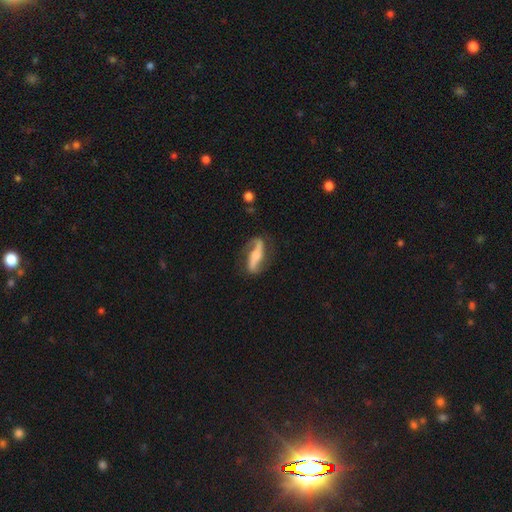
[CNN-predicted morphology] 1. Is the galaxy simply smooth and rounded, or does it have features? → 80% featured or disk, 15% smooth, 5% star or artifact.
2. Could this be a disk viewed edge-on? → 82% no, 18% yes.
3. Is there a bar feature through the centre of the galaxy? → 54% strong, 25% no, 20% weak.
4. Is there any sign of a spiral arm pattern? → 92% yes, 8% no.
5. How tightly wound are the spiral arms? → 58% loose, 29% medium, 13% tight.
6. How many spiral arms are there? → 91% 2, 3% 1, 3% can't tell, 1% 3, 1% 4, 1% more than 4.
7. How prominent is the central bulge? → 49% moderate, 34% small, 9% large, 5% none, 2% dominant.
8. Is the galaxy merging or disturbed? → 76% none, 15% minor disturbance, 7% major disturbance, 2% merger.